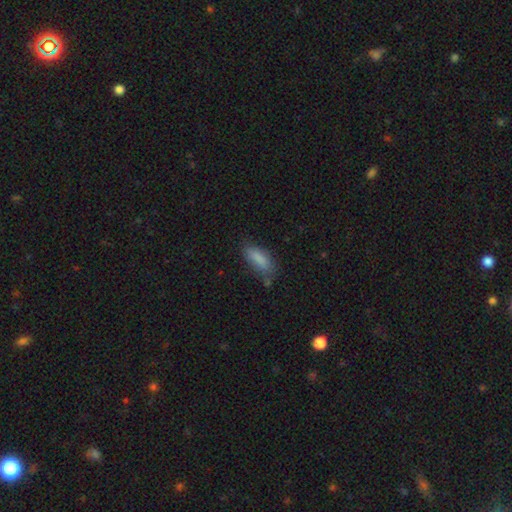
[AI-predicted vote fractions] Morphology: type=smooth (82%); roundness=in between (63%); merging=none (69%).